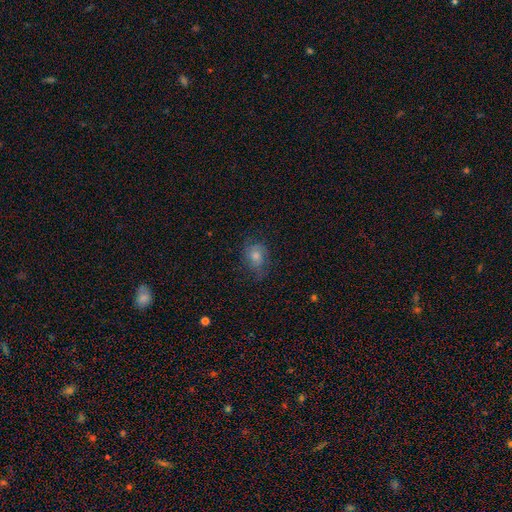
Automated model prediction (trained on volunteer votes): A smooth galaxy with no disk features (43%).

Vote fractions:
- Smooth or featured? smooth: 43% / featured or disk: 41% / star or artifact: 16%
- Merging? none: 67% / minor disturbance: 21% / major disturbance: 11% / merger: 1%